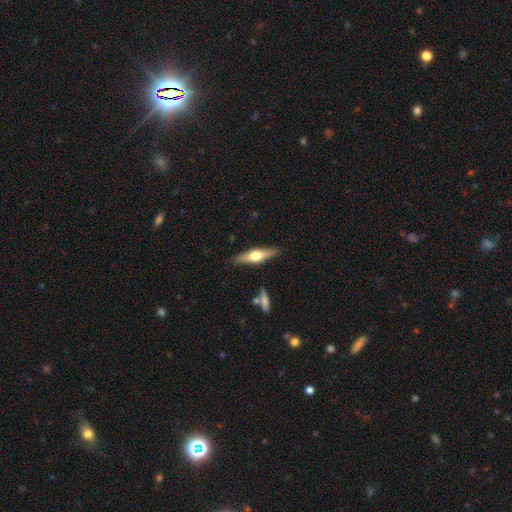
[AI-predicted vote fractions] Morphology: type=featured or disk (58%); edge-on=yes (94%); edge-on bulge=rounded (94%); merging=none (87%).